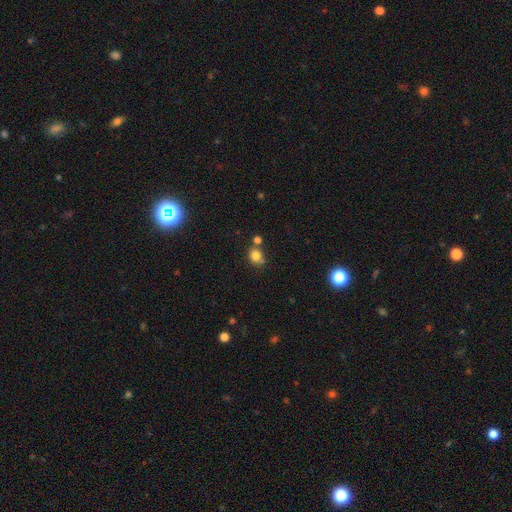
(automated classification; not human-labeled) This appears to be a smooth galaxy with no disk features (80%) that is round (67%). Merging: none (63%).